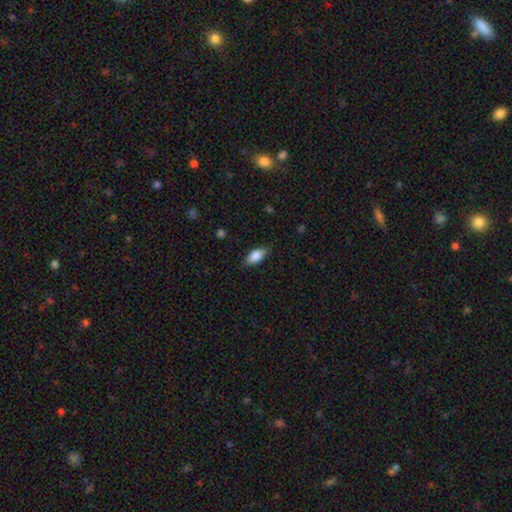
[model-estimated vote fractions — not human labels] smooth 83%, featured or disk 10%, star or artifact 7%. Down the decision tree: how rounded — in between (89%); merging — none (82%).